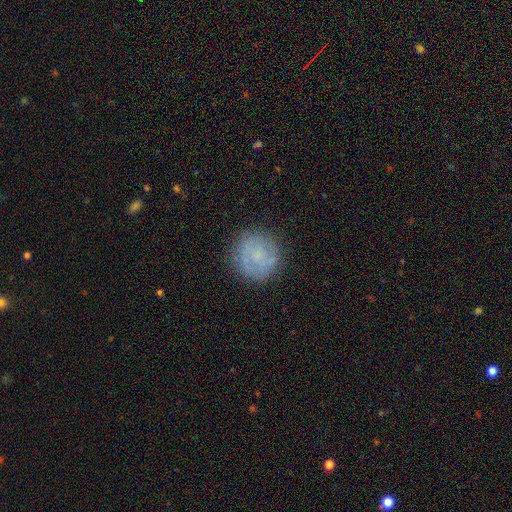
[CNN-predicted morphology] The model was most divided on "smooth or featured" (2-way tie): featured or disk: 45%, smooth: 45%, star or artifact: 9%. More confident: merging — none (80%).